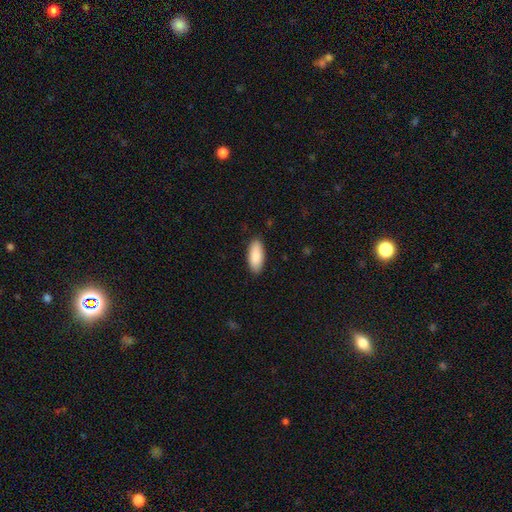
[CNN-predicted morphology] Smooth or featured: smooth — 90% (star or artifact — 5%)
How rounded: in between — 83% (cigar-shaped — 15%)
Merging: none — 88% (minor disturbance — 9%)